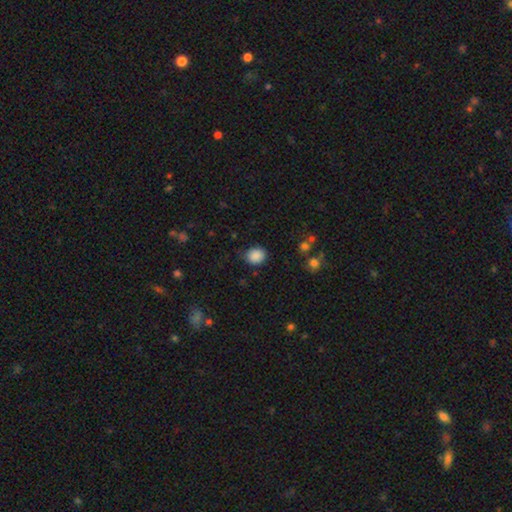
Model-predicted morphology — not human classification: smooth_or_featured: smooth (p=0.87) [alt: star or artifact p=0.09]
how_rounded: round (p=0.69) [alt: in between p=0.30]
merging: none (p=0.80) [alt: minor disturbance p=0.15]